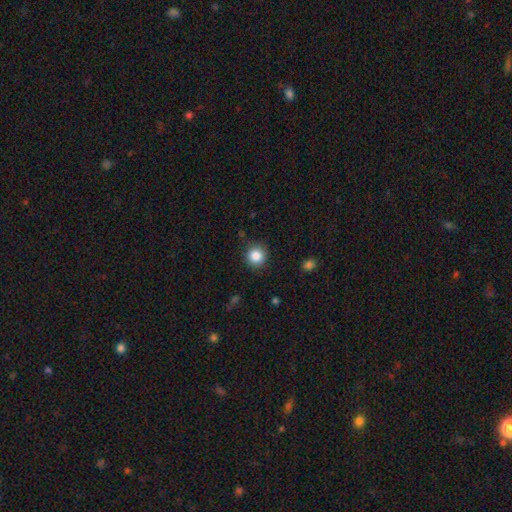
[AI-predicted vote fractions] The model was most divided on "smooth or featured": smooth: 85%, star or artifact: 10%, featured or disk: 5%. More confident: how rounded — round (93%); merging — none (89%).